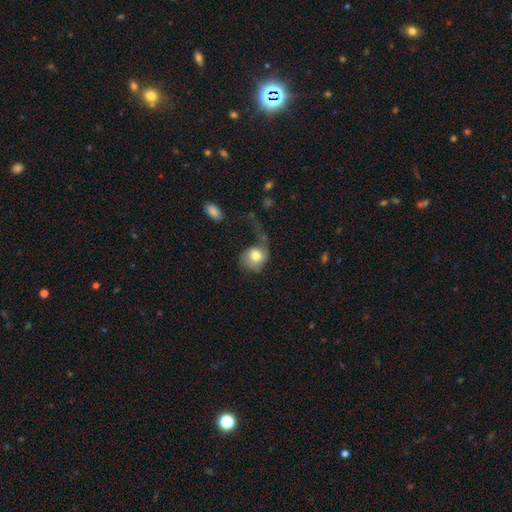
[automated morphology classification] This is likely a smooth galaxy (67%). How rounded: likely round (67%). Merging: possibly major disturbance (52%).